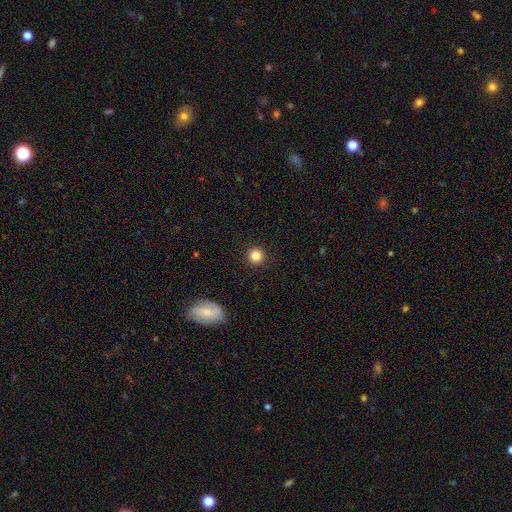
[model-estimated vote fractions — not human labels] A smooth galaxy with no disk features (84%) that is round (95%).

Vote fractions:
- Smooth or featured? smooth: 84% / star or artifact: 11% / featured or disk: 5%
- How rounded? round: 95% / in between: 4% / cigar-shaped: 1%
- Merging? none: 92% / minor disturbance: 5% / major disturbance: 2% / merger: 1%